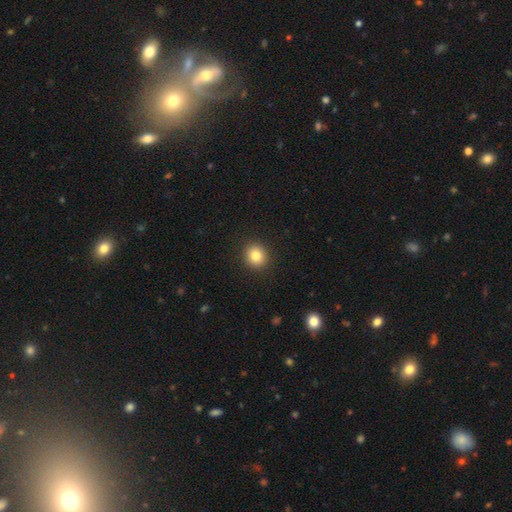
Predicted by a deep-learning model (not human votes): smooth_or_featured: smooth (p=0.84) [alt: star or artifact p=0.10]
how_rounded: round (p=0.85) [alt: in between p=0.14]
merging: none (p=0.92) [alt: minor disturbance p=0.05]